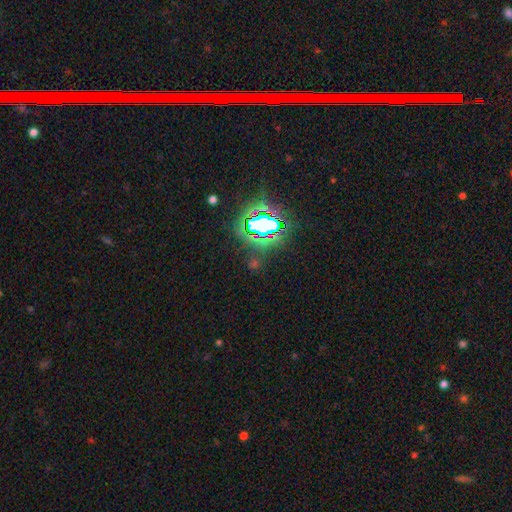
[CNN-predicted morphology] This is clearly a star or artifact rather than a galaxy (83%).